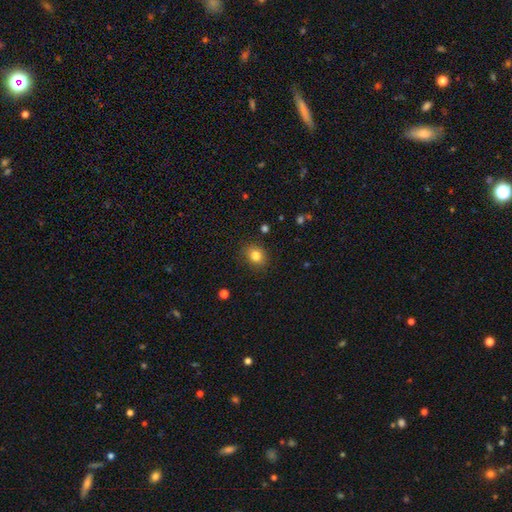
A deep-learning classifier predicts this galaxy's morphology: Overall: smooth (82%). How rounded: round (62%; in between 37%). Merging: none (85%).